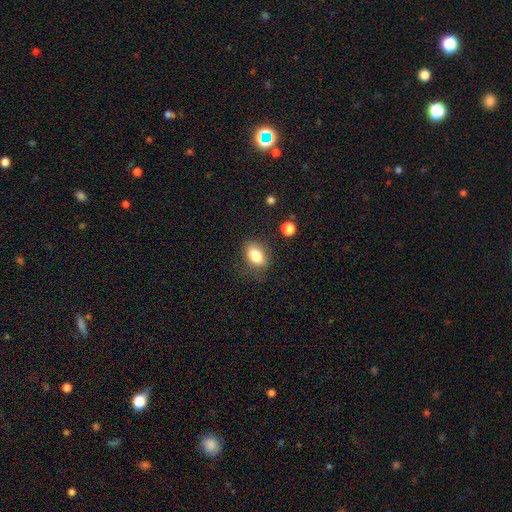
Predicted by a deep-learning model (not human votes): Overall: smooth (82%). How rounded: in between (83%). Merging: none (80%).